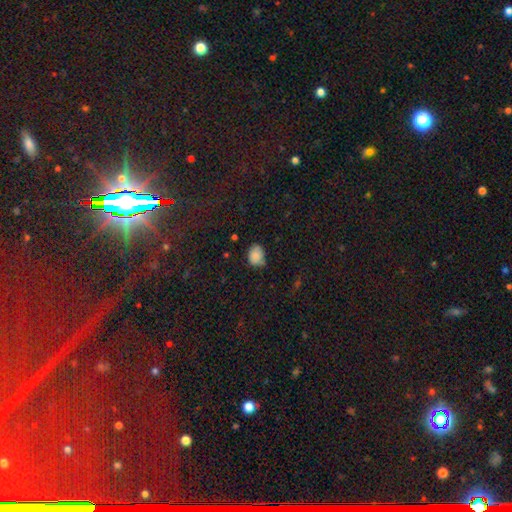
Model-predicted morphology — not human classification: smooth-or-featured: smooth: 84% | star or artifact: 10% | featured or disk: 6%
  how-rounded: in between: 64% | round: 35% | cigar-shaped: 1%
  merging: none: 65% | minor disturbance: 26% | major disturbance: 5% | merger: 4%